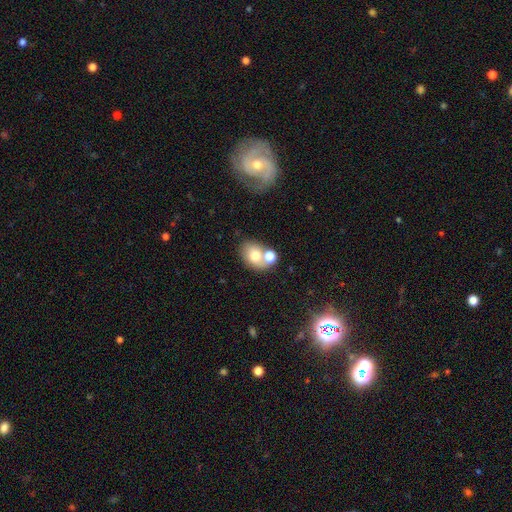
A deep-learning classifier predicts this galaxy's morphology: Smooth or featured? smooth (72%)
How rounded? in between (65%)
Merging? none (49%)